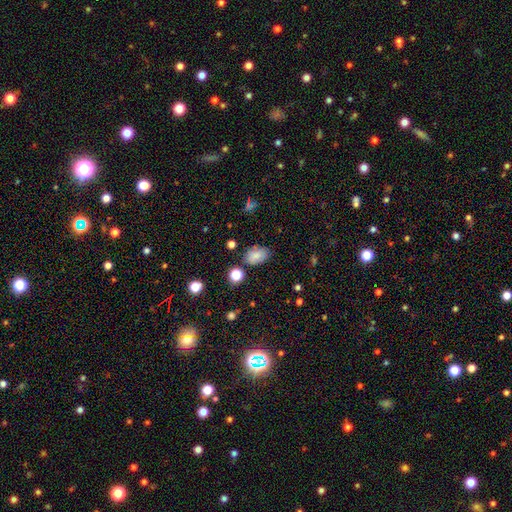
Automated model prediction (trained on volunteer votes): A smooth galaxy with no disk features (81%) that is in between round and cigar-shaped (84%).

Vote fractions:
- Smooth or featured? smooth: 81% / star or artifact: 11% / featured or disk: 8%
- How rounded? in between: 84% / round: 14% / cigar-shaped: 1%
- Merging? none: 77% / minor disturbance: 16% / merger: 4% / major disturbance: 4%